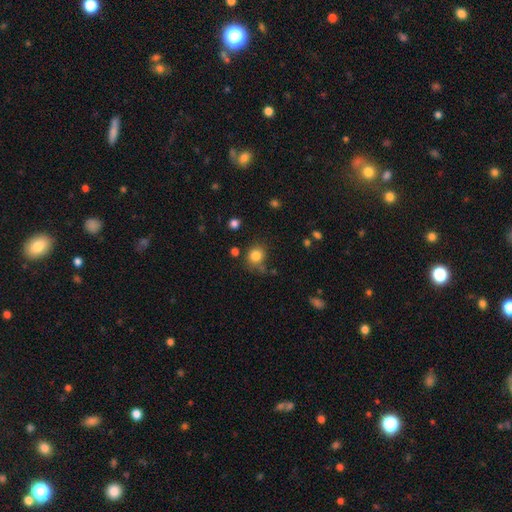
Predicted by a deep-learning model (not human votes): A smooth galaxy with no disk features (82%) that is round (80%).

Vote fractions:
- Smooth or featured? smooth: 82% / star or artifact: 12% / featured or disk: 7%
- How rounded? round: 80% / in between: 19% / cigar-shaped: 1%
- Merging? none: 67% / minor disturbance: 19% / major disturbance: 7% / merger: 6%